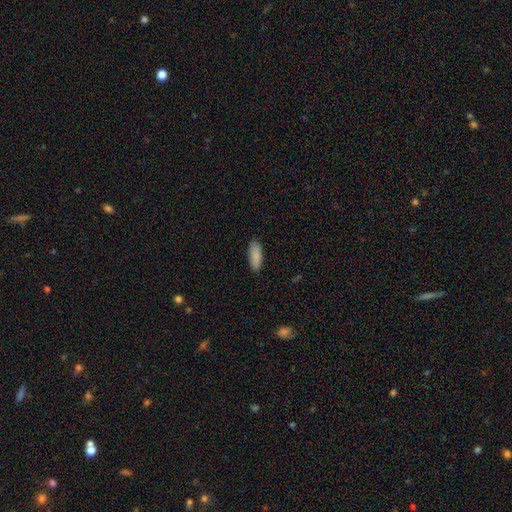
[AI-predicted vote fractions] Q: Smooth or featured?
A: smooth (88%); runner-up: featured or disk (6%)
Q: How rounded?
A: in between (71%); runner-up: cigar-shaped (27%)
Q: Merging?
A: none (87%); runner-up: minor disturbance (10%)